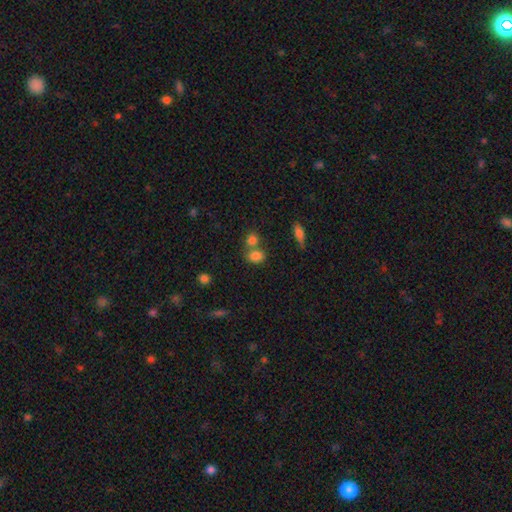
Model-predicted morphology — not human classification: Smooth or featured?
  - smooth: 80% *
  - star or artifact: 12%
  - featured or disk: 8%
How rounded?
  - in between: 68% *
  - round: 30%
  - cigar-shaped: 2%
Merging?
  - none: 46% *
  - merger: 39%
  - minor disturbance: 11%
  - major disturbance: 4%